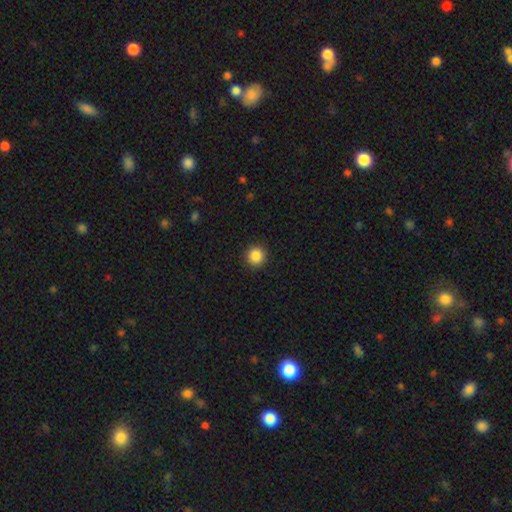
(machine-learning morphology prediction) A smooth galaxy with no disk features (87%) that is round (94%).

Vote fractions:
- Smooth or featured? smooth: 87% / star or artifact: 9% / featured or disk: 4%
- How rounded? round: 94% / in between: 5% / cigar-shaped: 1%
- Merging? none: 92% / minor disturbance: 6% / major disturbance: 2% / merger: 1%